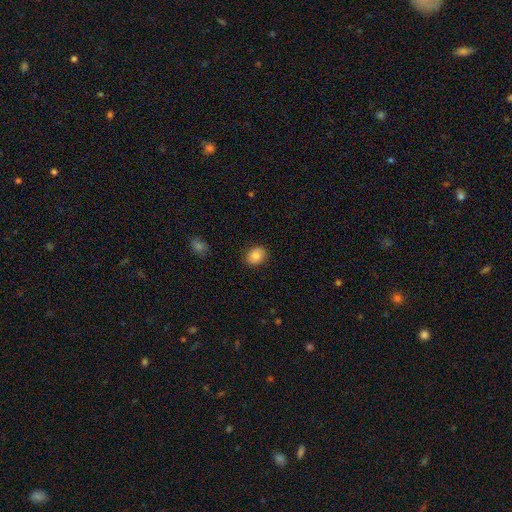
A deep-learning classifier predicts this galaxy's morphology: This is clearly a smooth galaxy (84%). How rounded: possibly round (50%). Merging: clearly none (87%).